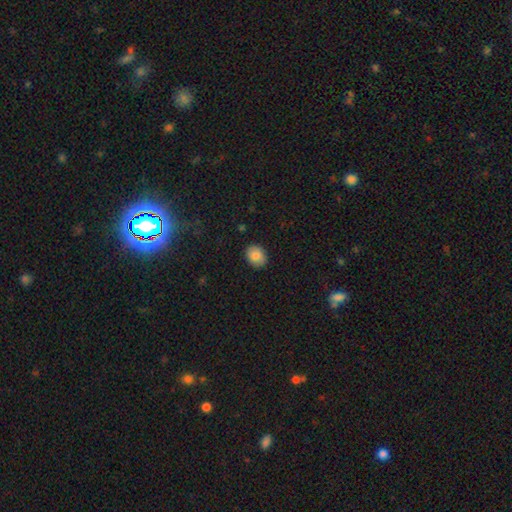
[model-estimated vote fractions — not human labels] The model was most divided on "how rounded": in between: 51%, round: 48%, cigar-shaped: 1%. More confident: merging — none (87%); smooth or featured — smooth (83%).